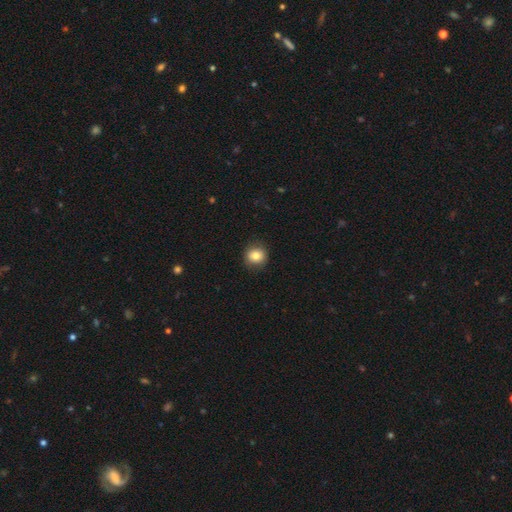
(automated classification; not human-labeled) This appears to be a smooth galaxy with no disk features (81%) that is round (86%). Merging: none (87%).